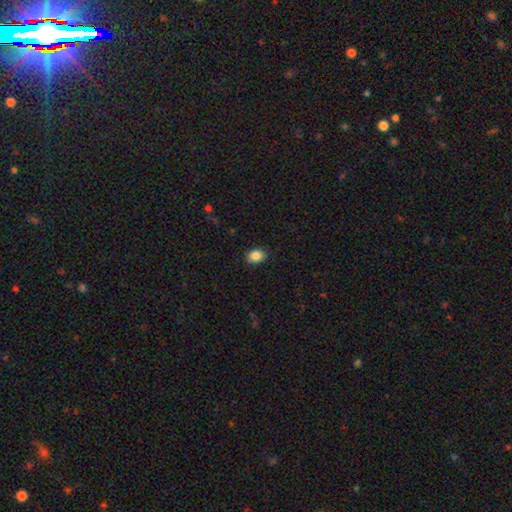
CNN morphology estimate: A smooth galaxy with no disk features (87%) that is in between round and cigar-shaped (69%). Merging: none (88%).